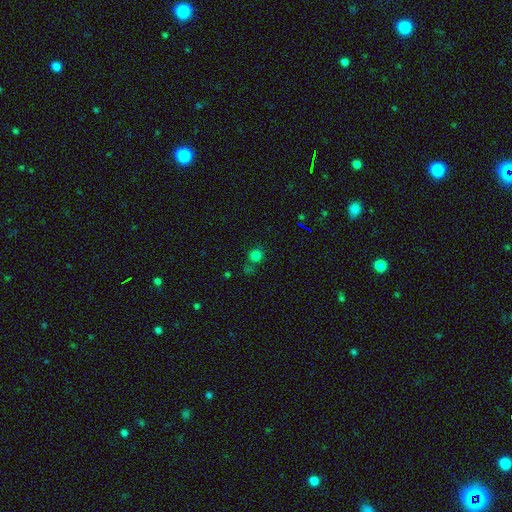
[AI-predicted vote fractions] smooth-or-featured: smooth: 74% | star or artifact: 21% | featured or disk: 6%
  how-rounded: round: 89% | in between: 9% | cigar-shaped: 1%
  merging: none: 71% | merger: 13% | minor disturbance: 11% | major disturbance: 5%